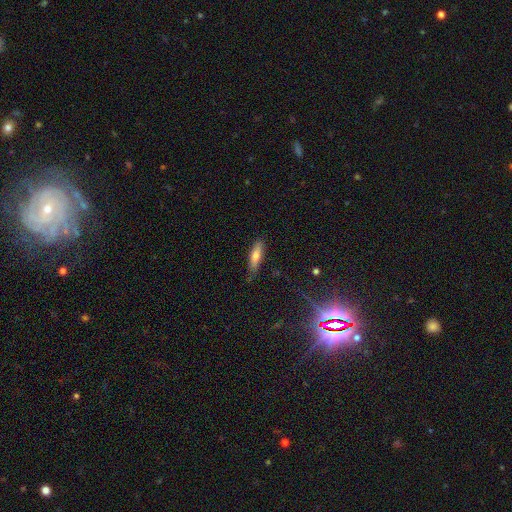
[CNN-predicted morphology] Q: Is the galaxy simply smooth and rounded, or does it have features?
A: smooth — 68%.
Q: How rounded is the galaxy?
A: cigar-shaped — 66%.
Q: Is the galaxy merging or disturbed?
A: none — 81%.